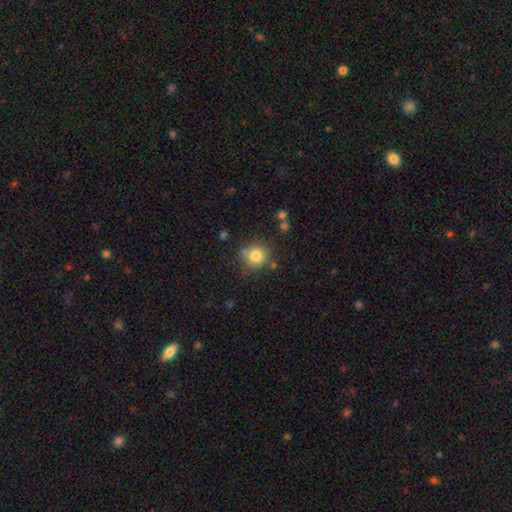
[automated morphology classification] Overall: smooth (80%). How rounded: round (91%). Merging: none (78%).